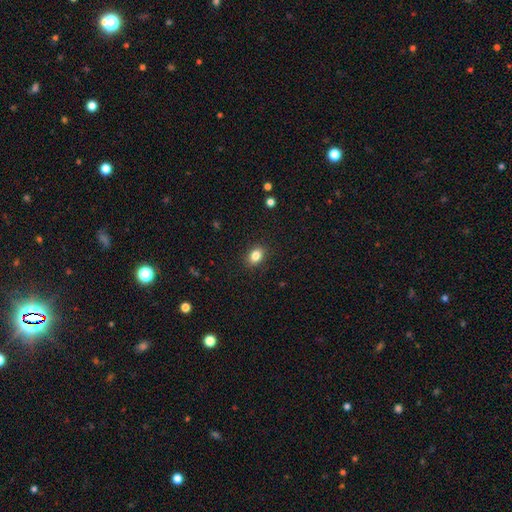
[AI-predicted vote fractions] Q: Smooth or featured?
A: smooth (84%); runner-up: star or artifact (10%)
Q: How rounded?
A: in between (69%); runner-up: round (30%)
Q: Merging?
A: none (88%); runner-up: minor disturbance (8%)